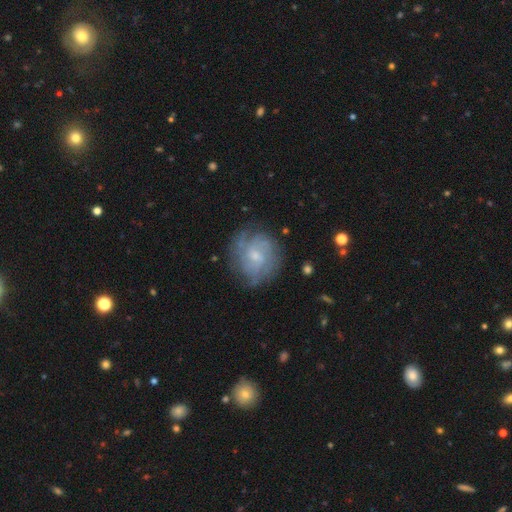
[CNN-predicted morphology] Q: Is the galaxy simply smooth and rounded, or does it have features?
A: featured or disk — 73%.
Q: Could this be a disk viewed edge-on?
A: no — 98%.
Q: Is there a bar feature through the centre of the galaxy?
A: no — 56%.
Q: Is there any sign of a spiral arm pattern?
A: yes — 90%.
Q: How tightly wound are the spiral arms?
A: tight — 57%.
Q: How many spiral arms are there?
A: can't tell — 44%.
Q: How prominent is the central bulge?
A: small — 56%.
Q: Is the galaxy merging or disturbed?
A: none — 75%.